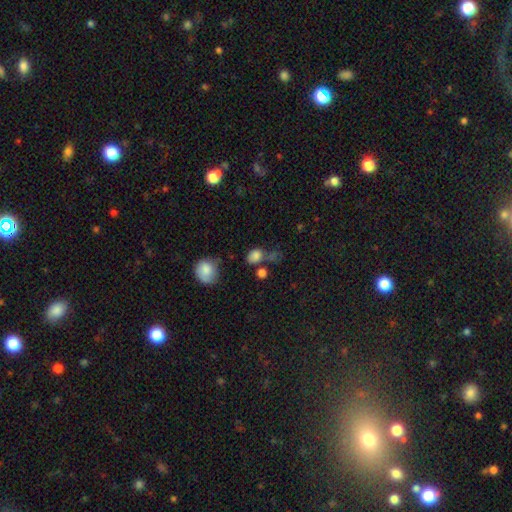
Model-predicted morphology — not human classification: smooth-or-featured: smooth: 79% | star or artifact: 13% | featured or disk: 7%
  how-rounded: in between: 53% | round: 45% | cigar-shaped: 2%
  merging: none: 47% | minor disturbance: 20% | merger: 19% | major disturbance: 14%